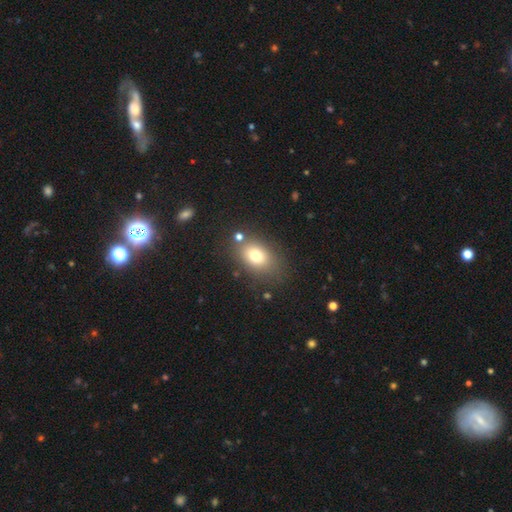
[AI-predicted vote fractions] Morphology: type=smooth (75%); roundness=in between (77%); merging=none (74%).